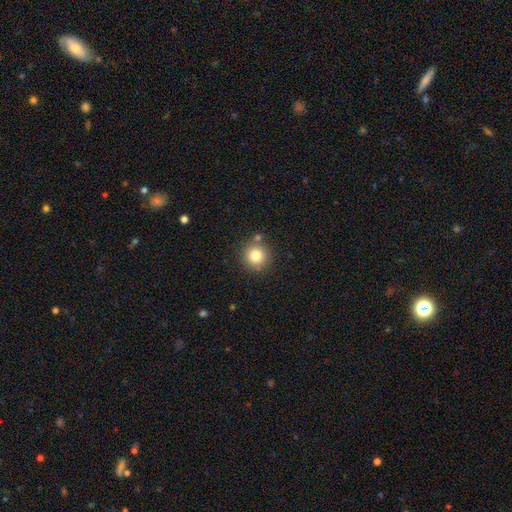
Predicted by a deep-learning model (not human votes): smooth-or-featured: smooth: 81% | star or artifact: 11% | featured or disk: 8%
  how-rounded: round: 93% | in between: 6% | cigar-shaped: 1%
  merging: none: 81% | minor disturbance: 9% | merger: 8% | major disturbance: 3%